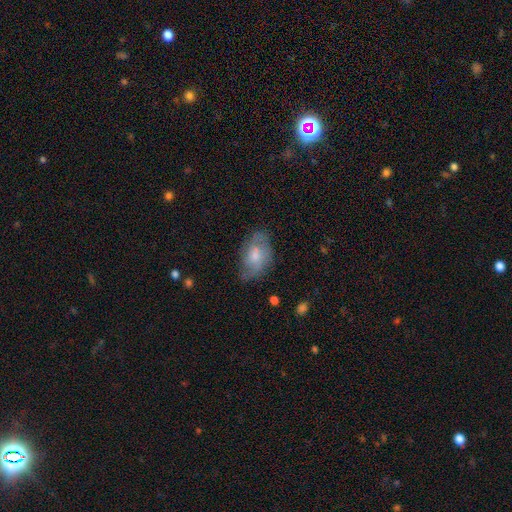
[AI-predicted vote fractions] smooth 48%, featured or disk 45%, star or artifact 7%. Down the decision tree: merging — none (60%).